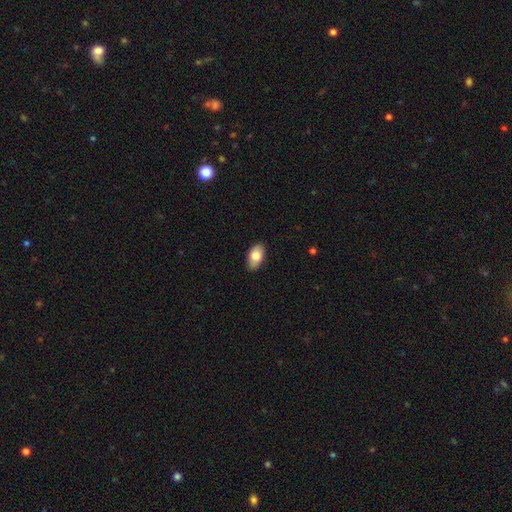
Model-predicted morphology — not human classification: Smooth or featured?
  - smooth: 81% *
  - featured or disk: 12%
  - star or artifact: 6%
How rounded?
  - in between: 93% *
  - round: 5%
  - cigar-shaped: 2%
Merging?
  - none: 86% *
  - minor disturbance: 11%
  - major disturbance: 2%
  - merger: 1%